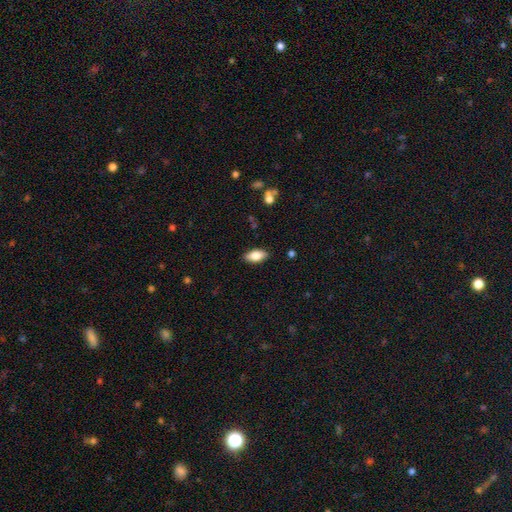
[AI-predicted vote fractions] A smooth galaxy with no disk features (79%) that is in between round and cigar-shaped (90%).

Vote fractions:
- Smooth or featured? smooth: 79% / featured or disk: 13% / star or artifact: 7%
- How rounded? in between: 90% / cigar-shaped: 7% / round: 3%
- Merging? none: 87% / minor disturbance: 10% / major disturbance: 2% / merger: 1%